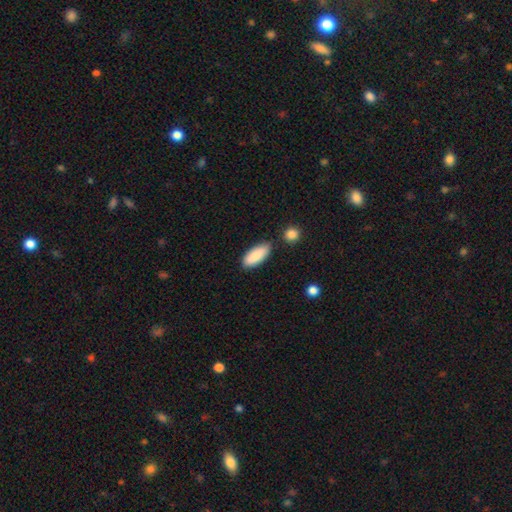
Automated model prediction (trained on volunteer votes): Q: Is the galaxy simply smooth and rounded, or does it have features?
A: smooth — 87%.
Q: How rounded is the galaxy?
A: in between — 79%.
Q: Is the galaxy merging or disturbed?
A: none — 78%.